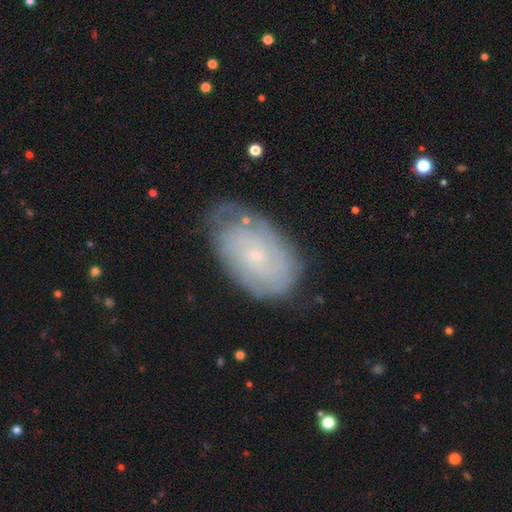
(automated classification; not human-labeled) Q: Smooth or featured?
A: featured or disk (72%); runner-up: smooth (20%)
Q: Edge-on disk?
A: no (96%); runner-up: yes (4%)
Q: Bar?
A: no (77%); runner-up: weak (19%)
Q: Spiral arms?
A: yes (89%); runner-up: no (11%)
Q: Spiral winding?
A: tight (75%); runner-up: medium (19%)
Q: Spiral arm count?
A: can't tell (52%); runner-up: 2 (18%)
Q: Bulge size?
A: small (86%); runner-up: moderate (9%)
Q: Merging?
A: none (67%); runner-up: minor disturbance (24%)